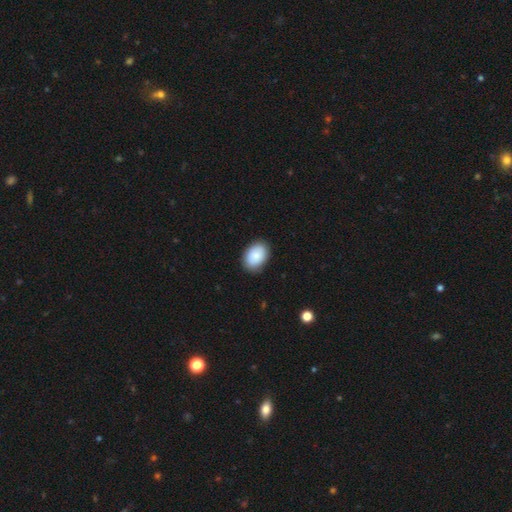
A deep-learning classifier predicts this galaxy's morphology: smooth 88%, star or artifact 6%, featured or disk 6%. Down the decision tree: how rounded — in between (79%); merging — none (87%).